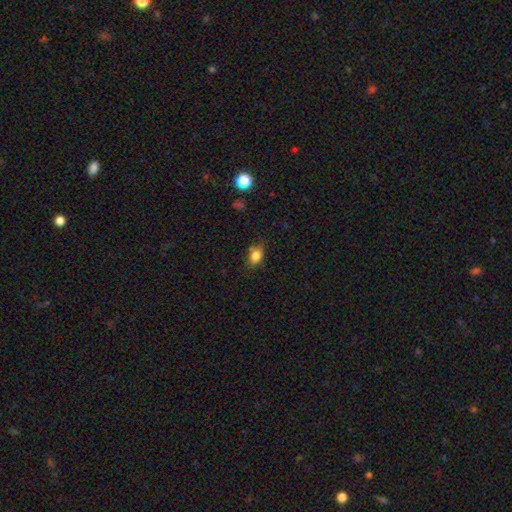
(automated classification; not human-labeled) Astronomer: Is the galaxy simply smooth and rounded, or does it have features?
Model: smooth — 82%.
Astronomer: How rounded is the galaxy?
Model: in between — 72%.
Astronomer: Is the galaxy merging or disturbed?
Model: none — 69%.